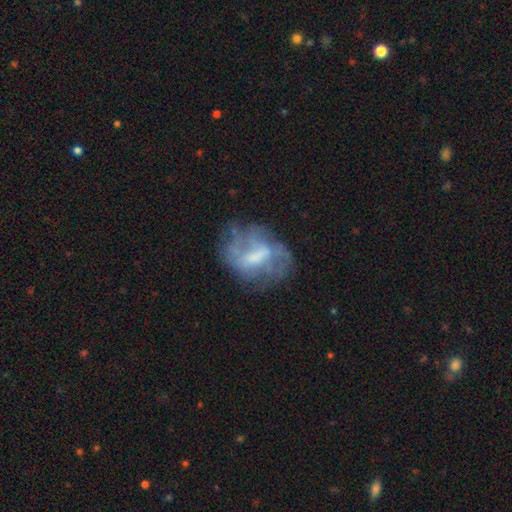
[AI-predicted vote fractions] Q: Smooth or featured?
A: featured or disk (62%); runner-up: smooth (28%)
Q: Edge-on disk?
A: no (96%); runner-up: yes (4%)
Q: Bar?
A: weak (44%); runner-up: no (28%)
Q: Spiral arms?
A: no (57%); runner-up: yes (43%)
Q: Bulge size?
A: moderate (35%); runner-up: none (28%)
Q: Merging?
A: none (49%); runner-up: major disturbance (24%)